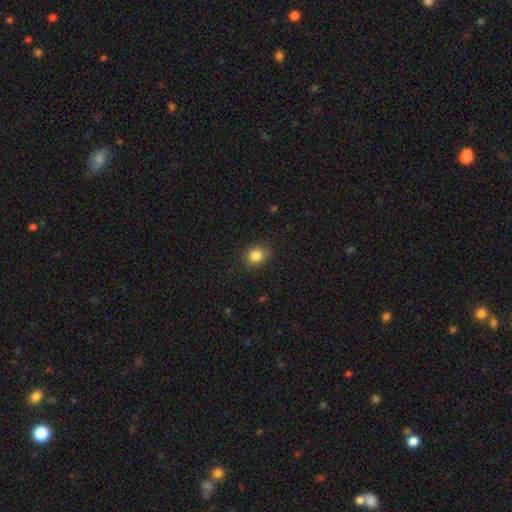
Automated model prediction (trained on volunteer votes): Smooth or featured: smooth — 84% (star or artifact — 11%)
How rounded: round — 74% (in between — 25%)
Merging: none — 83% (minor disturbance — 13%)